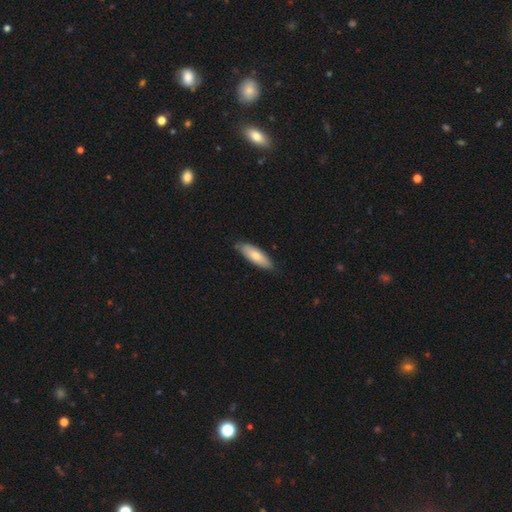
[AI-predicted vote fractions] Overall: smooth (75%). How rounded: in between (61%; cigar-shaped 37%). Merging: none (82%).